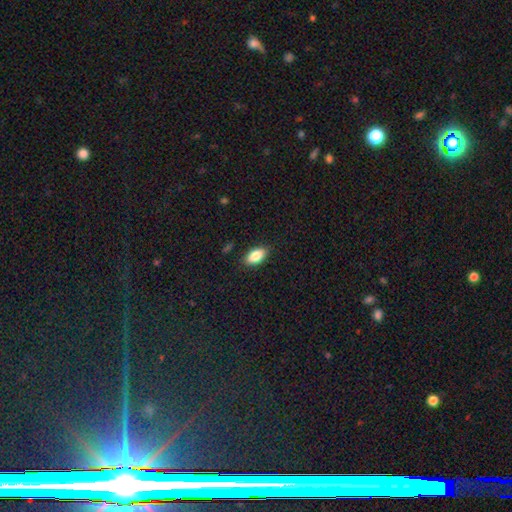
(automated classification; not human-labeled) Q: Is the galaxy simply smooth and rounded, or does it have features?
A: smooth — 84%.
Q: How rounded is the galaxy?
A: in between — 91%.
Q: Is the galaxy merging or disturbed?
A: none — 88%.